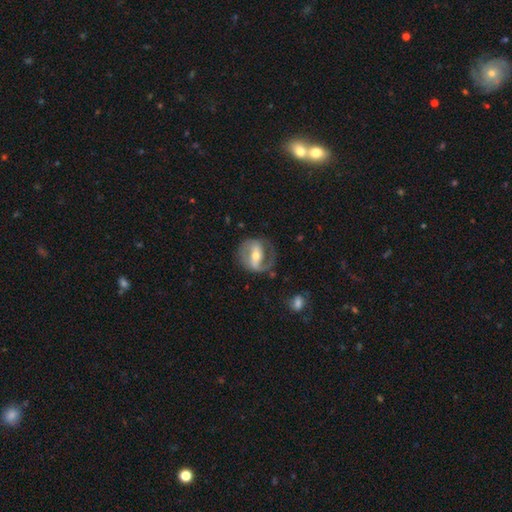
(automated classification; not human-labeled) This is clearly a featured or disk galaxy (80%). It is clearly not viewed edge-on (96%). Bar: possibly strong (56%). Spiral arm pattern: clearly yes (86%). Spiral arm count: likely 2 (74%). Spiral winding: possibly medium (48%). Central bulge: possibly moderate (60%). Merging: likely none (68%).